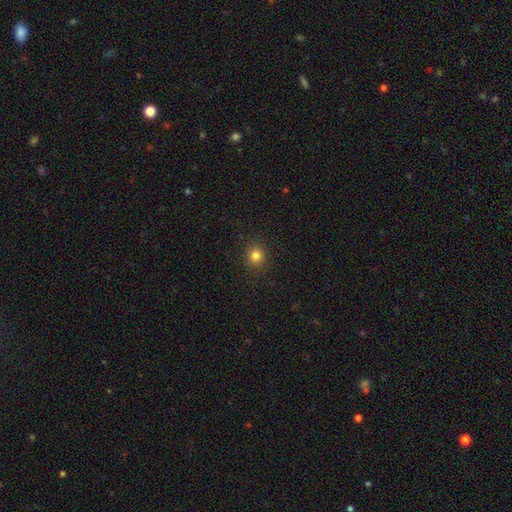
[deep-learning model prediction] A smooth galaxy with no disk features (82%) that is round (90%).

Vote fractions:
- Smooth or featured? smooth: 82% / star or artifact: 13% / featured or disk: 5%
- How rounded? round: 90% / in between: 9% / cigar-shaped: 1%
- Merging? none: 91% / minor disturbance: 6% / major disturbance: 2% / merger: 1%